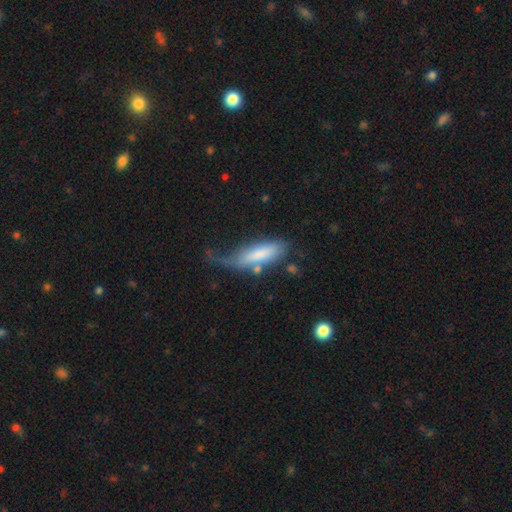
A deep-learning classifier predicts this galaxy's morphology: This is likely a smooth galaxy (69%). How rounded: possibly cigar-shaped (49%). Merging: marginally none (32%).